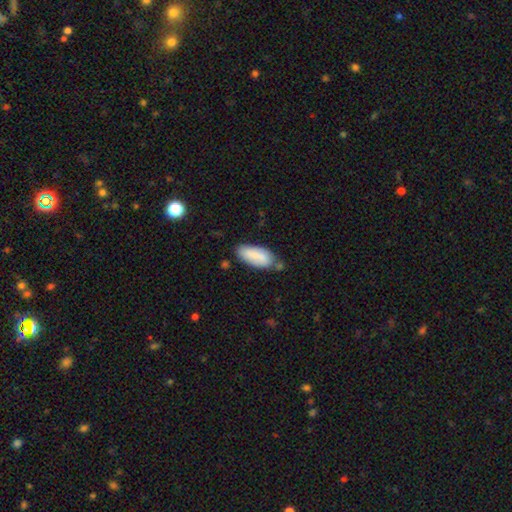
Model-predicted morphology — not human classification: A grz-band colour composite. It shows a smooth galaxy with no disk features (79%) that is in between round and cigar-shaped (83%). Merging: none (62%).